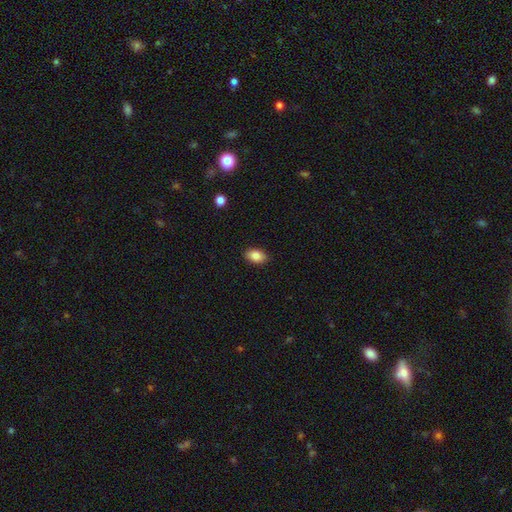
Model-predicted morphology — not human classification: This appears to be a smooth galaxy with no disk features (86%) that is in between round and cigar-shaped (90%). Merging: none (89%).